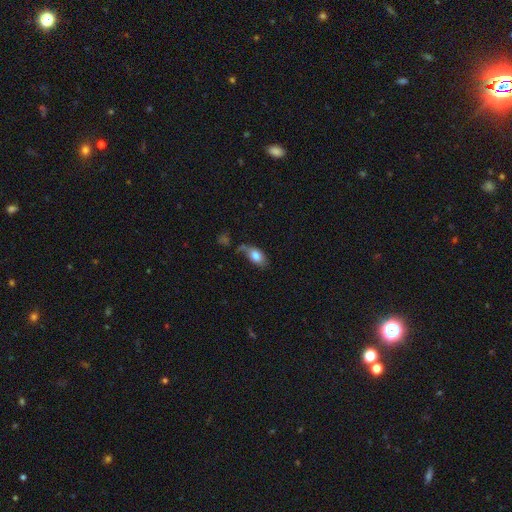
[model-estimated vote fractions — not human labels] The model was most divided on "merging": none: 46%, minor disturbance: 26%, major disturbance: 17%, merger: 11%. More confident: how rounded — in between (88%); smooth or featured — smooth (78%).